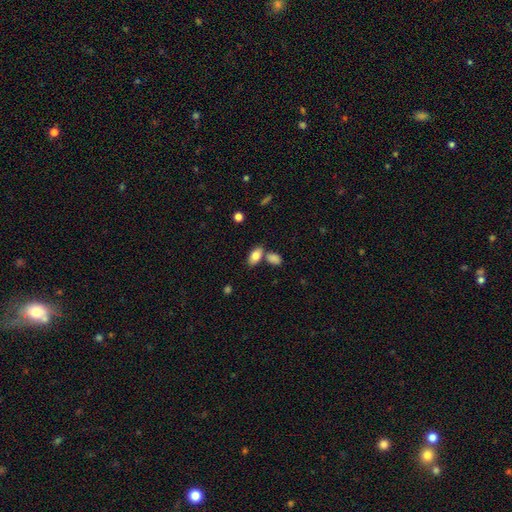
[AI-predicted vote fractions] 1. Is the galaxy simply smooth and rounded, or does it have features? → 81% smooth, 12% featured or disk, 7% star or artifact.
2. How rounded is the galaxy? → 91% in between, 5% cigar-shaped, 4% round.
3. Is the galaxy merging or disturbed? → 62% none, 23% merger, 12% minor disturbance, 3% major disturbance.